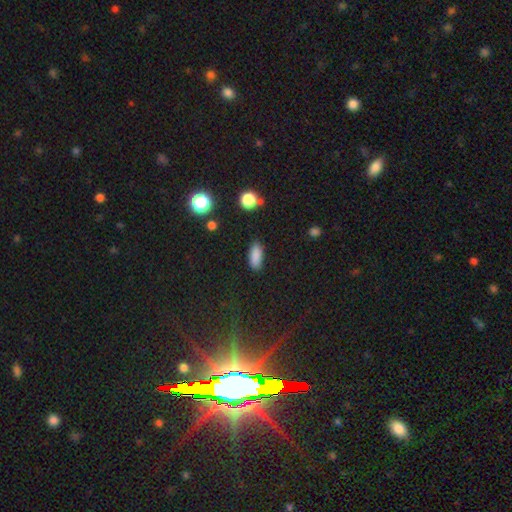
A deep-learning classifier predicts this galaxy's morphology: A smooth galaxy with no disk features (87%) that is in between round and cigar-shaped (79%). Merging: none (86%).